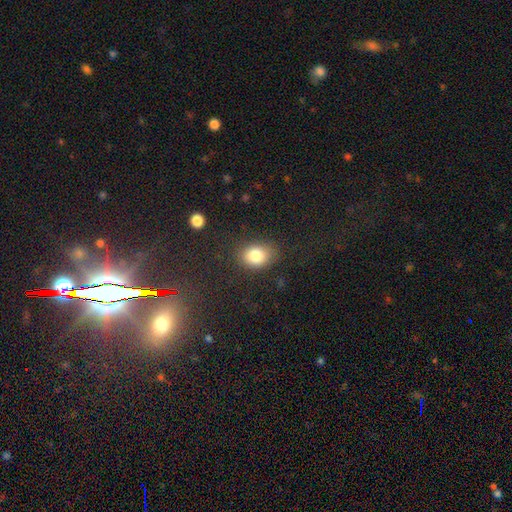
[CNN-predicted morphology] A smooth galaxy with no disk features (83%) that is in between round and cigar-shaped (66%).

Vote fractions:
- Smooth or featured? smooth: 83% / star or artifact: 10% / featured or disk: 8%
- How rounded? in between: 66% / round: 33% / cigar-shaped: 1%
- Merging? none: 80% / minor disturbance: 14% / major disturbance: 5% / merger: 2%